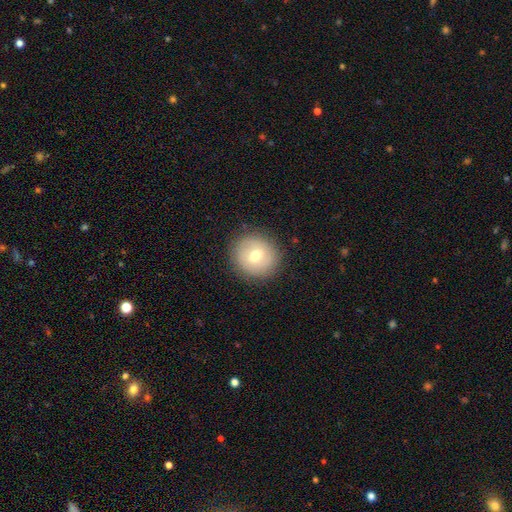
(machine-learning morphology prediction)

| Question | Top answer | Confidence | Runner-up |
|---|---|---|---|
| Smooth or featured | smooth | 66% | featured or disk (25%) |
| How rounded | round | 87% | in between (12%) |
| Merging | none | 87% | minor disturbance (9%) |